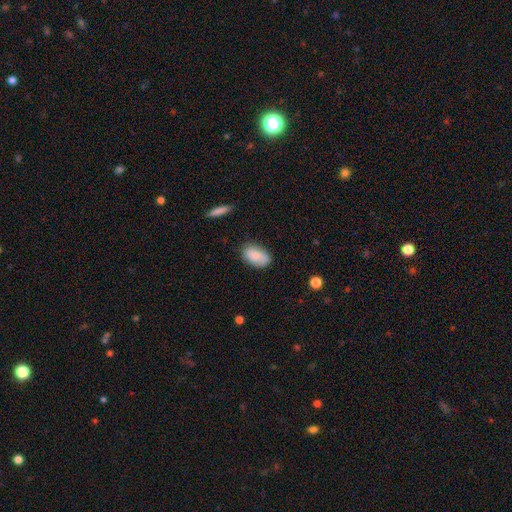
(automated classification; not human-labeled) smooth_or_featured: smooth (p=0.80) [alt: featured or disk p=0.13]
how_rounded: in between (p=0.91) [alt: round p=0.07]
merging: none (p=0.74) [alt: minor disturbance p=0.20]